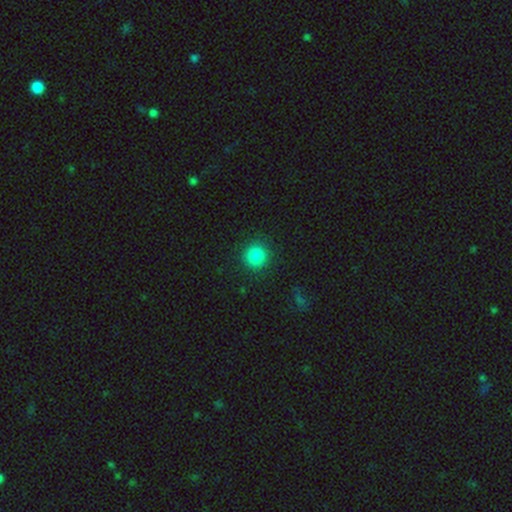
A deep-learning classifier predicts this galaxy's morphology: Smooth or featured: smooth — 85% (star or artifact — 11%)
How rounded: round — 93% (in between — 6%)
Merging: none — 90% (minor disturbance — 6%)